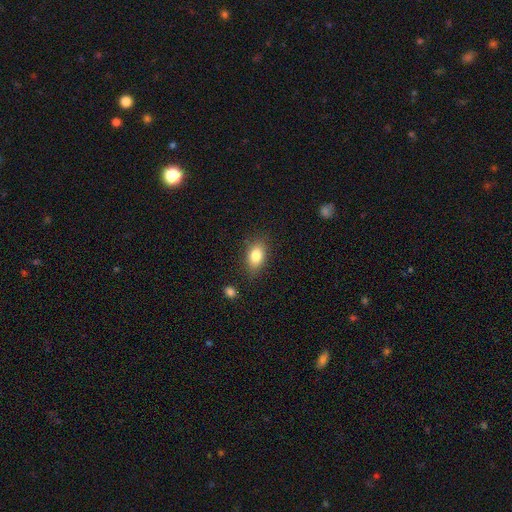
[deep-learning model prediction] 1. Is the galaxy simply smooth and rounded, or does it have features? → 82% smooth, 10% featured or disk, 9% star or artifact.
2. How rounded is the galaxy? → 83% in between, 14% round, 3% cigar-shaped.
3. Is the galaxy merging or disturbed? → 81% none, 14% minor disturbance, 3% major disturbance, 2% merger.